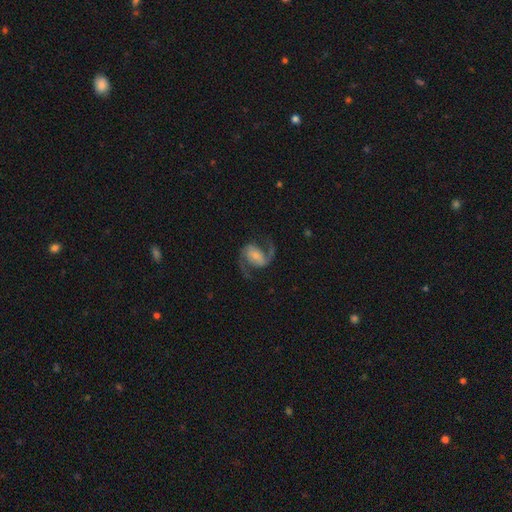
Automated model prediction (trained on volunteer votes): Smooth or featured? featured or disk (89%)
Edge-on disk? no (98%)
Bar? weak (42%)
Spiral arms? yes (98%)
Spiral winding? medium (52%)
Spiral arm count? 2 (94%)
Bulge size? small (48%)
Merging? none (75%)